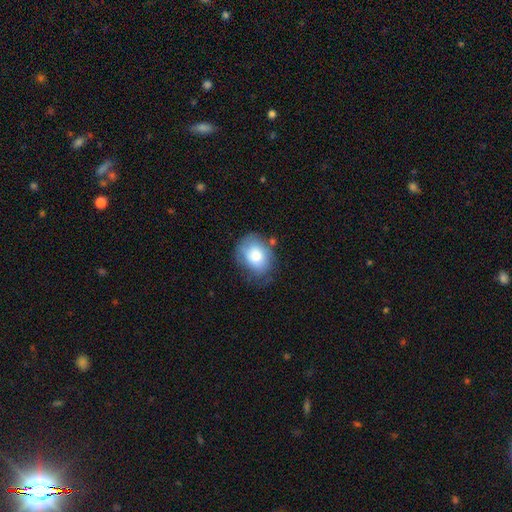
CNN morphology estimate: A smooth galaxy with no disk features (71%) that is in between round and cigar-shaped (52%). Merging: none (60%).